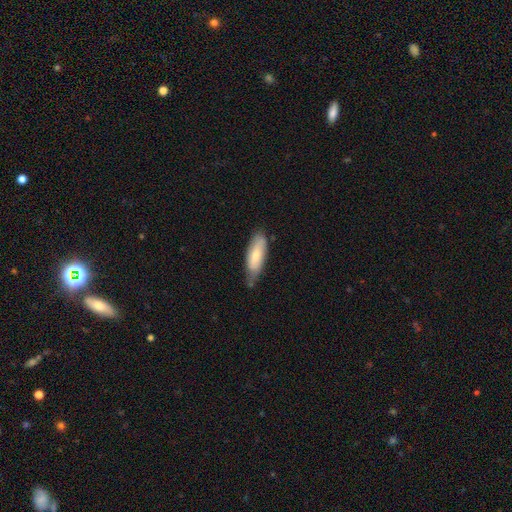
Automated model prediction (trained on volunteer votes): smooth_or_featured: smooth (p=0.68) [alt: featured or disk p=0.26]
how_rounded: in between (p=0.64) [alt: cigar-shaped p=0.35]
merging: none (p=0.56) [alt: minor disturbance p=0.35]